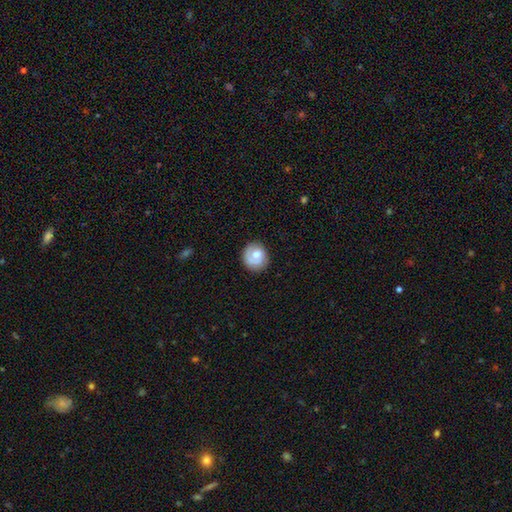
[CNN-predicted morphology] This is possibly a smooth galaxy (55%). How rounded: clearly round (82%). Merging: likely none (78%).